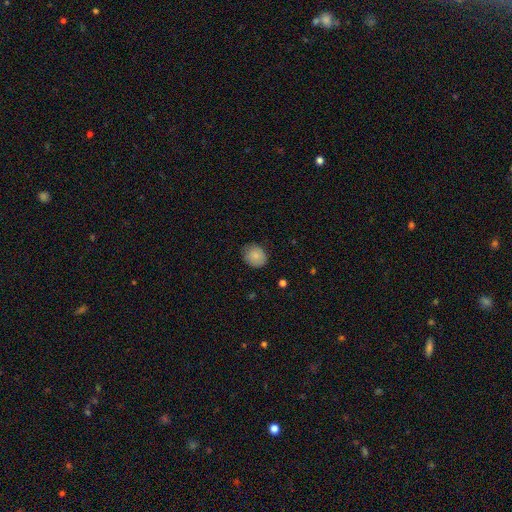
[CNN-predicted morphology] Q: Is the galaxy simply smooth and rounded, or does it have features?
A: smooth — 84%.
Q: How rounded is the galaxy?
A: round — 72%.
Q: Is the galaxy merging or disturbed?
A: none — 75%.